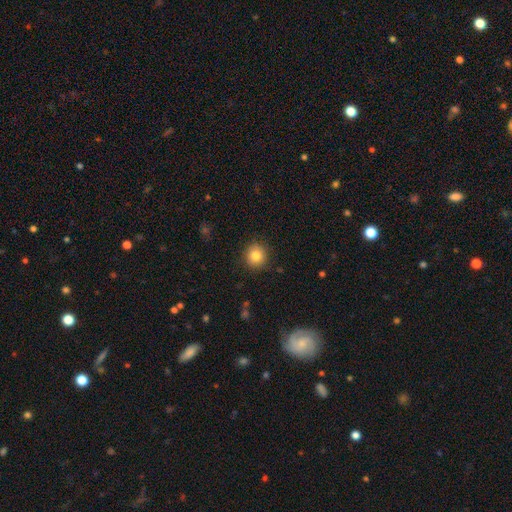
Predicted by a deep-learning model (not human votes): Overall: smooth (83%). How rounded: round (92%). Merging: none (90%).